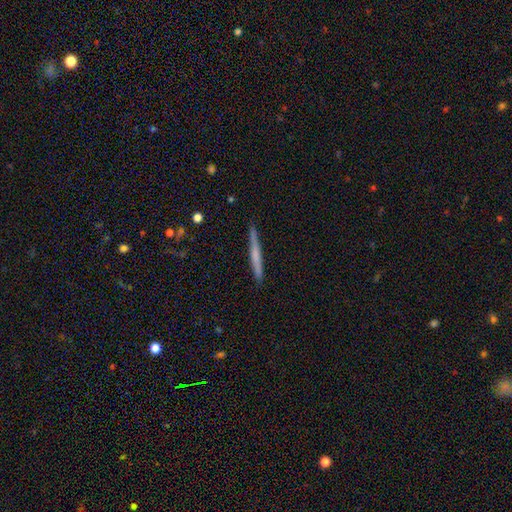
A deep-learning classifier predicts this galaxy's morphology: Overall: smooth (49%; featured or disk 45%). Merging: none (89%).